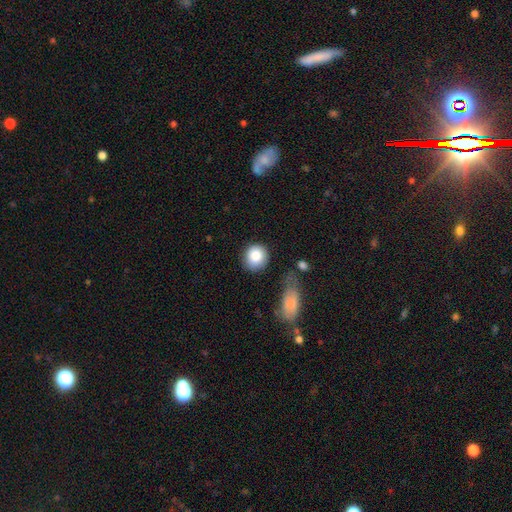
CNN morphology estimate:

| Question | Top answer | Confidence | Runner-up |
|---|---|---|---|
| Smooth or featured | smooth | 85% | star or artifact (8%) |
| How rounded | round | 87% | in between (12%) |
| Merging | none | 77% | minor disturbance (14%) |